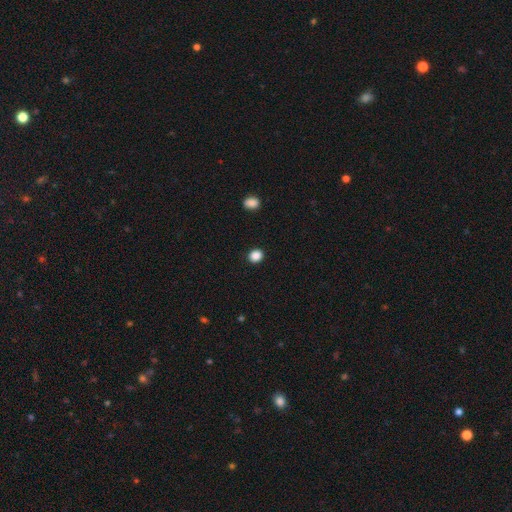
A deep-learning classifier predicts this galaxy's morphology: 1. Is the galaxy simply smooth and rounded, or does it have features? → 87% smooth, 10% star or artifact, 3% featured or disk.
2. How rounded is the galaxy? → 76% round, 23% in between, 1% cigar-shaped.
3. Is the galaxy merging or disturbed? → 91% none, 6% minor disturbance, 2% major disturbance, 1% merger.